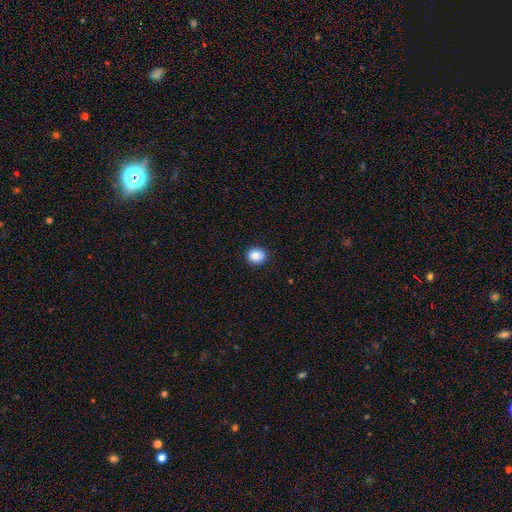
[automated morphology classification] Smooth or featured: smooth — 86% (star or artifact — 9%)
How rounded: round — 83% (in between — 16%)
Merging: none — 90% (minor disturbance — 7%)